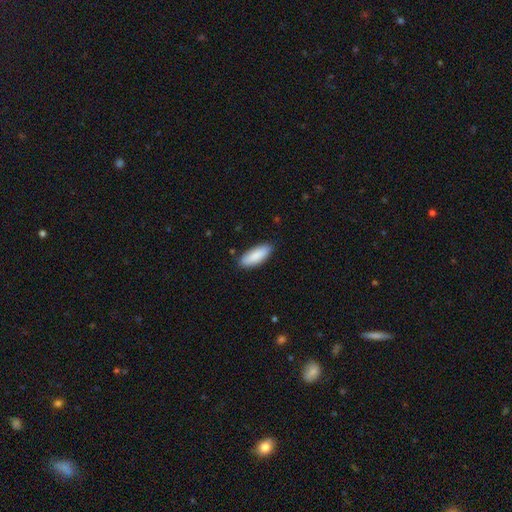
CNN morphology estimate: type=smooth (89%); roundness=in between (76%); merging=none (86%).